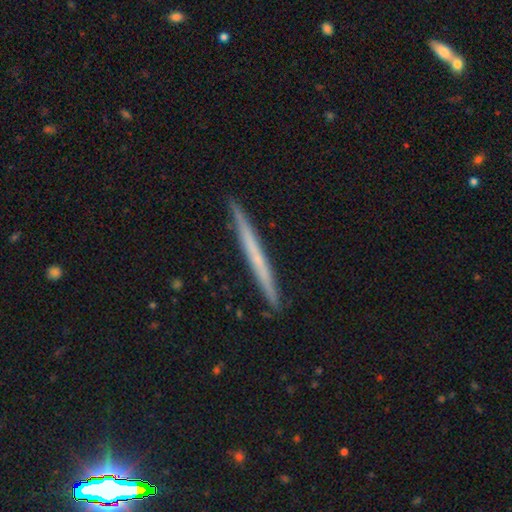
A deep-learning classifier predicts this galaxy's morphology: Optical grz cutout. It shows a featured or disk galaxy (49%). Merging: none (91%).